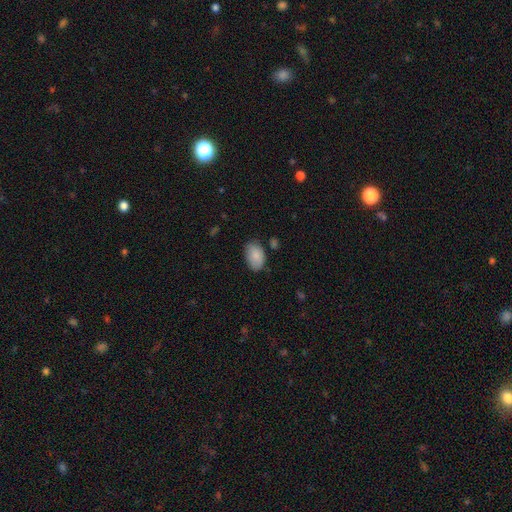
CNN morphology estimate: smooth 86%, featured or disk 7%, star or artifact 7%. Down the decision tree: how rounded — in between (91%); merging — none (71%).